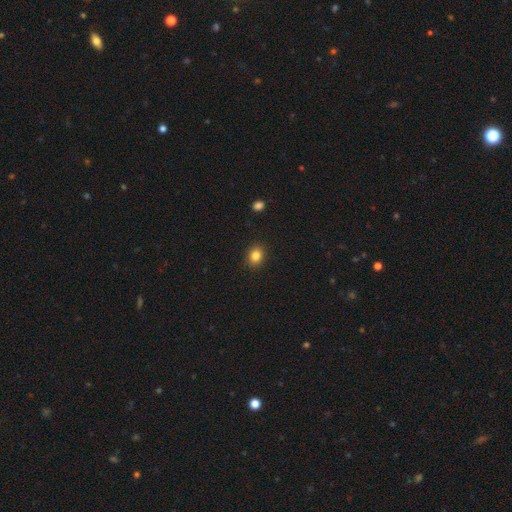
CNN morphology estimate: Smooth or featured: smooth — 84% (star or artifact — 11%)
How rounded: round — 57% (in between — 43%)
Merging: none — 90% (minor disturbance — 7%)